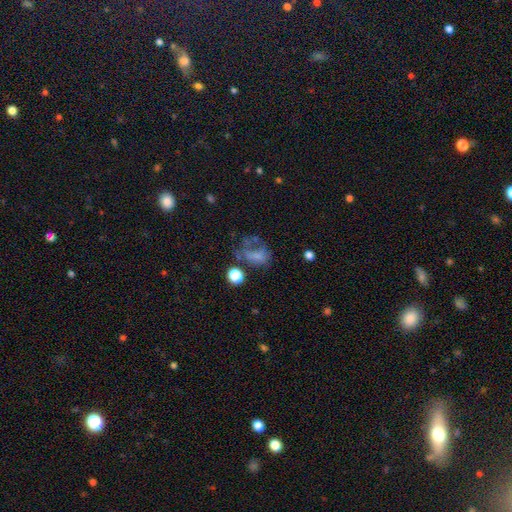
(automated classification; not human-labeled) Smooth or featured? smooth (53%)
How rounded? in between (64%)
Merging? major disturbance (39%)